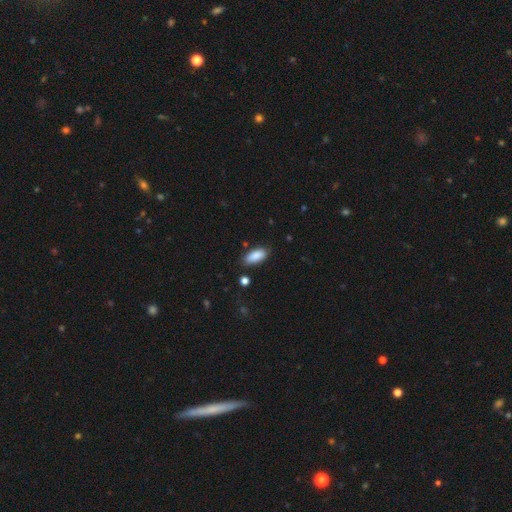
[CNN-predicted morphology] smooth-or-featured: smooth: 88% | star or artifact: 6% | featured or disk: 5%
  how-rounded: in between: 86% | cigar-shaped: 12% | round: 2%
  merging: none: 83% | minor disturbance: 13% | major disturbance: 3% | merger: 2%